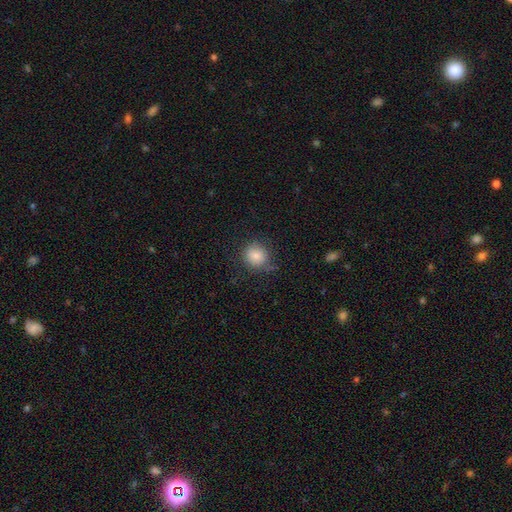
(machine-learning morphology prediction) The model was most divided on "merging": none: 74%, minor disturbance: 19%, major disturbance: 5%, merger: 2%. More confident: how rounded — round (87%); smooth or featured — smooth (82%).